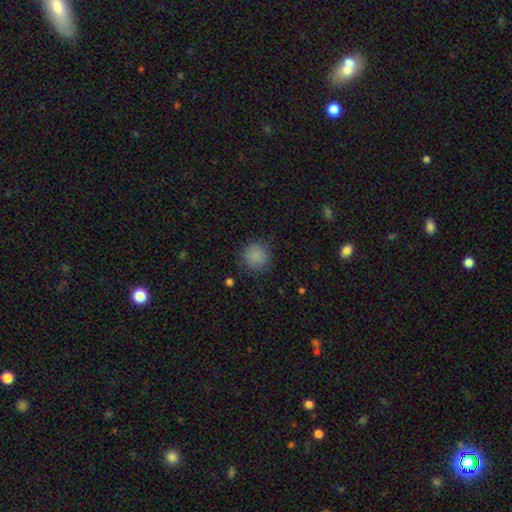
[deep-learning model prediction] Smooth or featured? Predicted: smooth (p=0.86). How rounded? Predicted: round (p=0.93). Merging? Predicted: none (p=0.85).